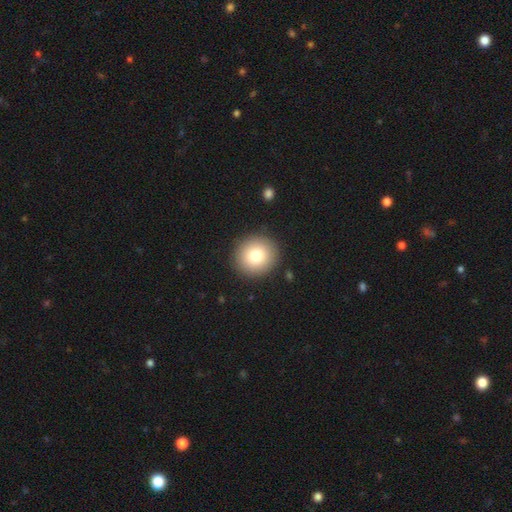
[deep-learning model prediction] Smooth or featured? Predicted: smooth (p=0.79). How rounded? Predicted: round (p=0.91). Merging? Predicted: none (p=0.91).